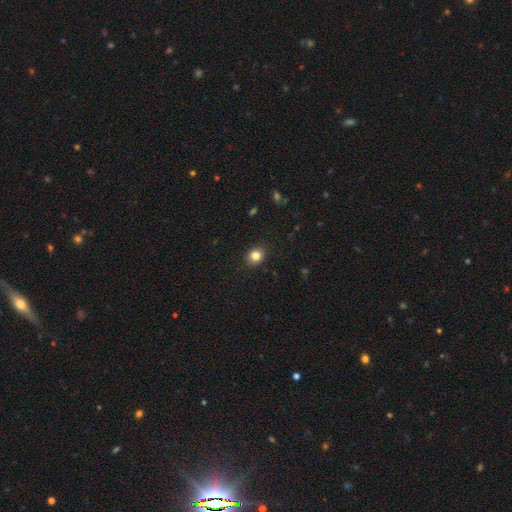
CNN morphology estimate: Smooth or featured? Predicted: smooth (p=0.83). How rounded? Predicted: round (p=0.66). Merging? Predicted: none (p=0.90).